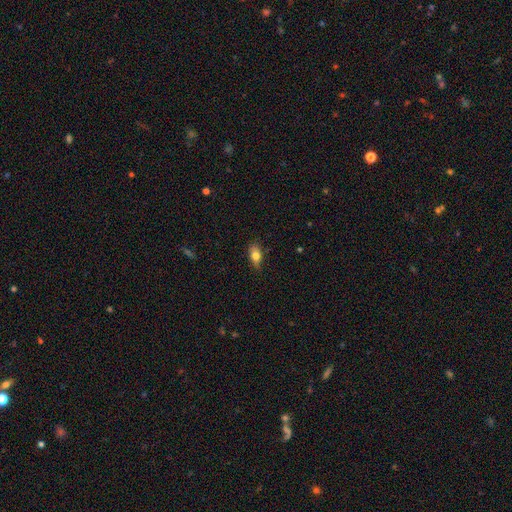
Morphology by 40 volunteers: Smooth or featured: smooth — 80% (star or artifact — 12%)
How rounded: in between — 72% (round — 16%)
Merging: minor disturbance — 49% (none — 43%)